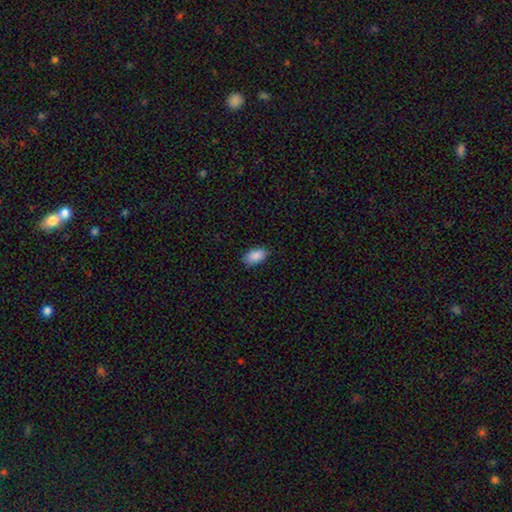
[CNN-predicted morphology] A smooth galaxy with no disk features (89%) that is in between round and cigar-shaped (93%).

Vote fractions:
- Smooth or featured? smooth: 89% / star or artifact: 7% / featured or disk: 4%
- How rounded? in between: 93% / round: 4% / cigar-shaped: 2%
- Merging? none: 83% / minor disturbance: 14% / major disturbance: 2% / merger: 1%